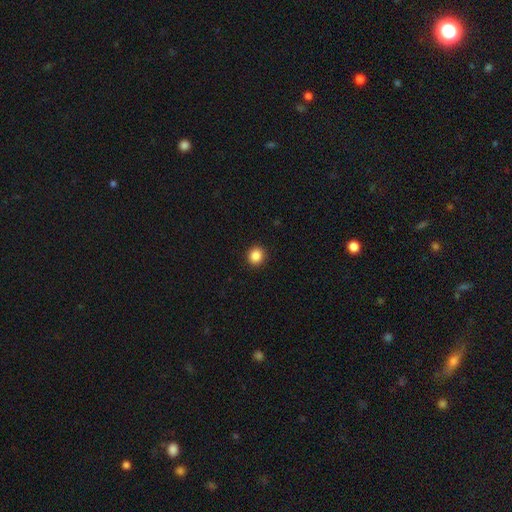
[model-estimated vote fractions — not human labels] Smooth or featured?
  - smooth: 86% *
  - star or artifact: 10%
  - featured or disk: 3%
How rounded?
  - round: 87% *
  - in between: 12%
  - cigar-shaped: 1%
Merging?
  - none: 93% *
  - minor disturbance: 5%
  - major disturbance: 2%
  - merger: 1%